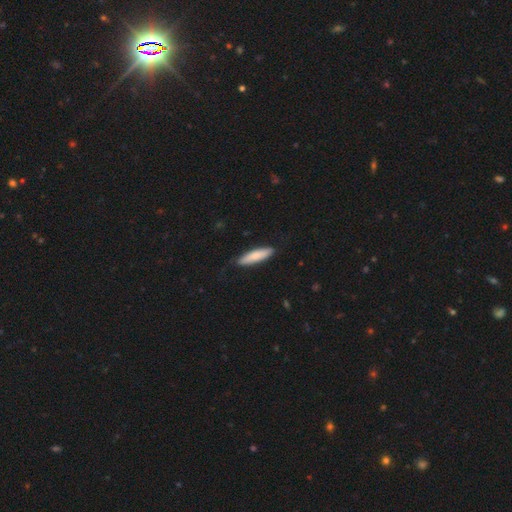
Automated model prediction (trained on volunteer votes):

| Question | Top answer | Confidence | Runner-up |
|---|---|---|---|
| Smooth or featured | smooth | 82% | featured or disk (13%) |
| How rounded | cigar-shaped | 73% | in between (26%) |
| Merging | none | 82% | minor disturbance (15%) |